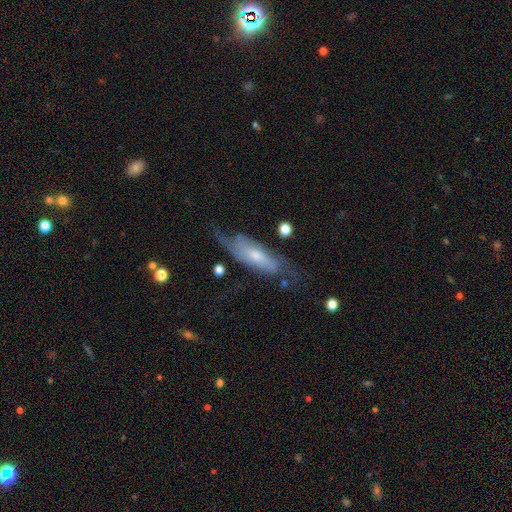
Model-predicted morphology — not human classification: Smooth or featured? featured or disk (69%)
Edge-on disk? no (77%)
Bar? no (56%)
Spiral arms? yes (87%)
Bulge size? small (46%)
Merging? none (54%)